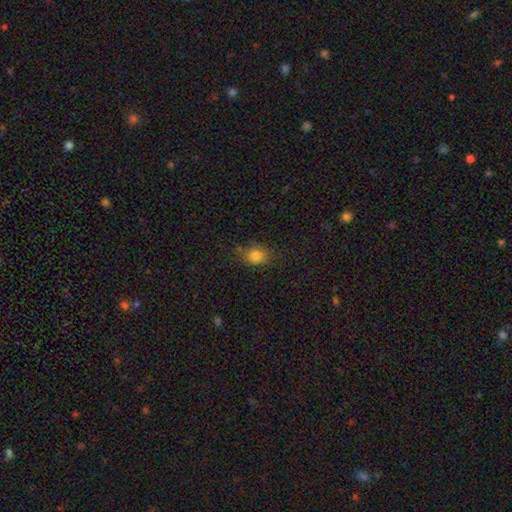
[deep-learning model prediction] Smooth or featured? smooth (81%)
How rounded? round (53%)
Merging? none (77%)